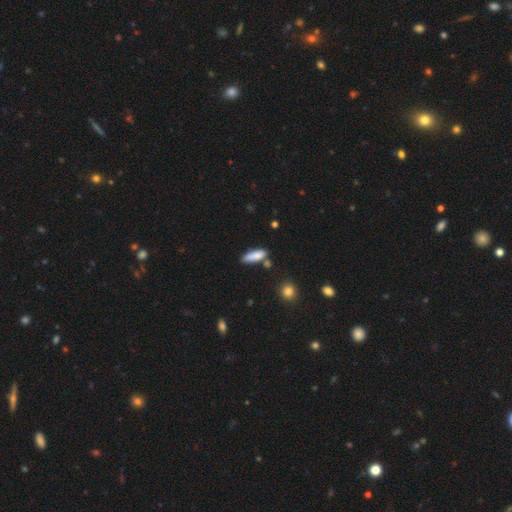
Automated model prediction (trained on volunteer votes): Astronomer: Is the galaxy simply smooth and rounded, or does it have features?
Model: smooth — 83%.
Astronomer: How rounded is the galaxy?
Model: in between — 55% (runner-up: cigar-shaped, 43%).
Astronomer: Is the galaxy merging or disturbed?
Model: none — 63%.